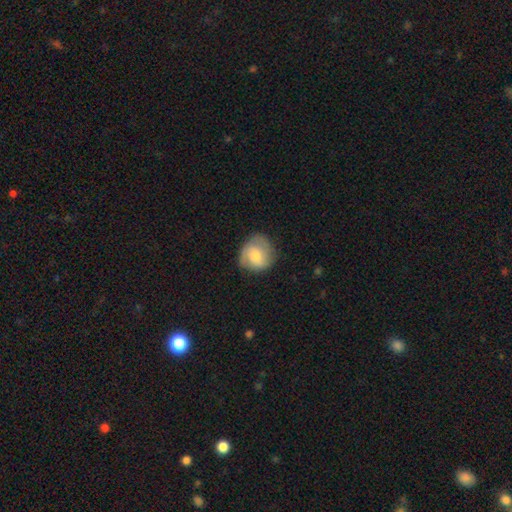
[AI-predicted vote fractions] Smooth or featured?
  - smooth: 57% *
  - featured or disk: 36%
  - star or artifact: 7%
How rounded?
  - round: 77% *
  - in between: 22%
  - cigar-shaped: 1%
Merging?
  - none: 66% *
  - minor disturbance: 24%
  - major disturbance: 8%
  - merger: 1%